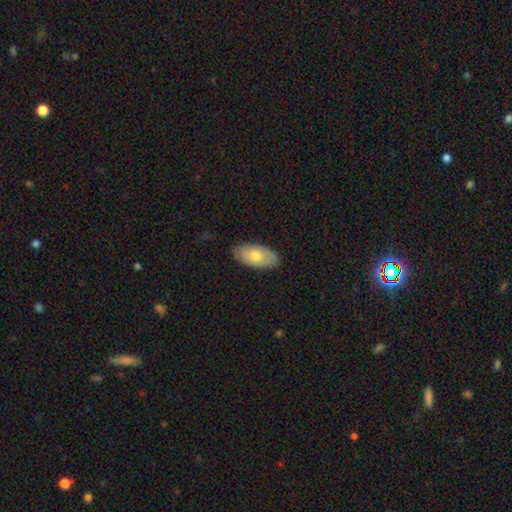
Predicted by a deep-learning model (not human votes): smooth-or-featured: smooth: 66% | featured or disk: 28% | star or artifact: 6%
  how-rounded: in between: 93% | cigar-shaped: 4% | round: 3%
  merging: none: 83% | minor disturbance: 14% | major disturbance: 2% | merger: 1%